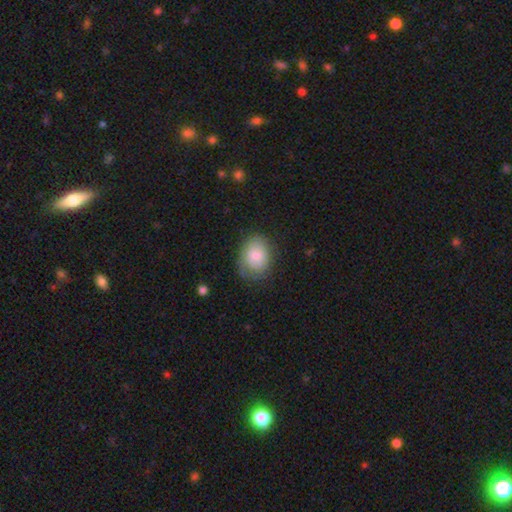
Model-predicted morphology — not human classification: Smooth or featured: smooth — 76% (featured or disk — 17%)
How rounded: in between — 59% (round — 40%)
Merging: none — 69% (minor disturbance — 22%)